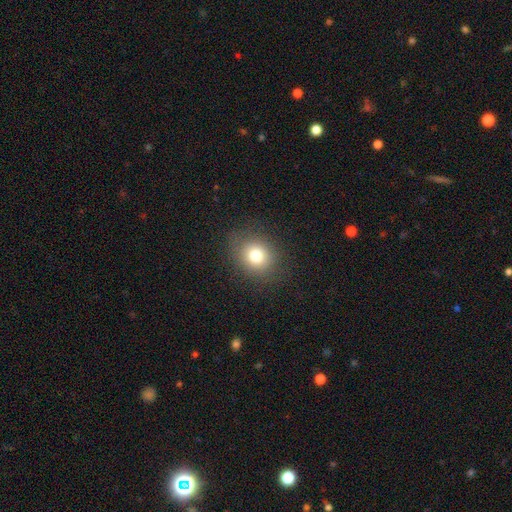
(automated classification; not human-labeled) Smooth or featured? smooth (78%)
How rounded? round (73%)
Merging? none (86%)